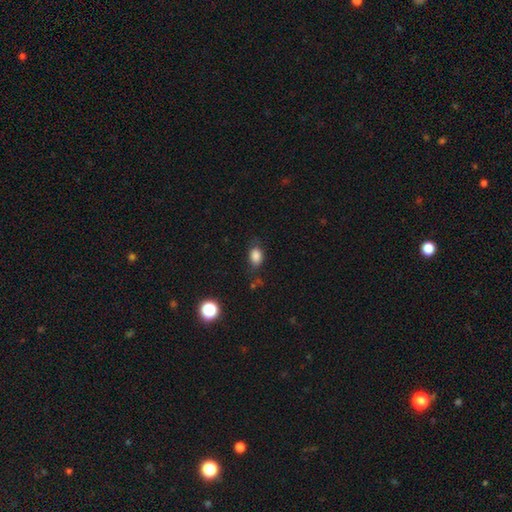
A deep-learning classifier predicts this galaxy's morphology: A smooth galaxy with no disk features (84%) that is in between round and cigar-shaped (79%). Merging: none (72%).